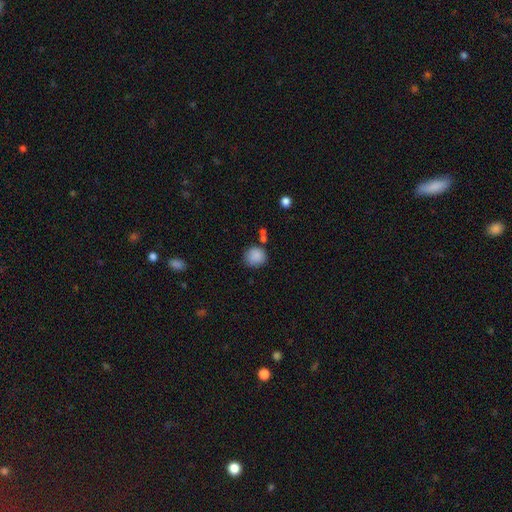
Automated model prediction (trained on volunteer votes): Smooth or featured? smooth (87%)
How rounded? round (86%)
Merging? none (74%)